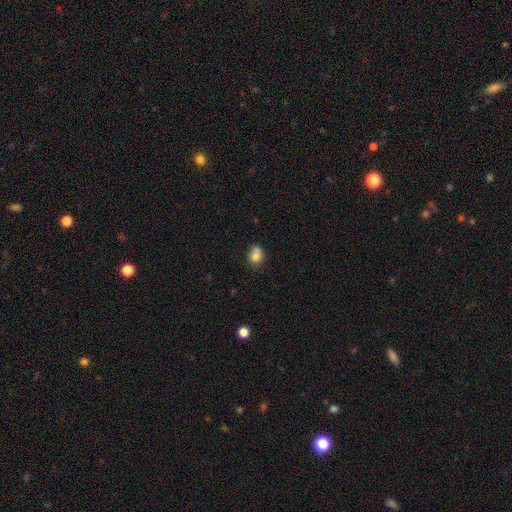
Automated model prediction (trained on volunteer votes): Q: Smooth or featured?
A: smooth (77%); runner-up: featured or disk (12%)
Q: How rounded?
A: round (51%); runner-up: in between (48%)
Q: Merging?
A: none (45%); runner-up: merger (26%)